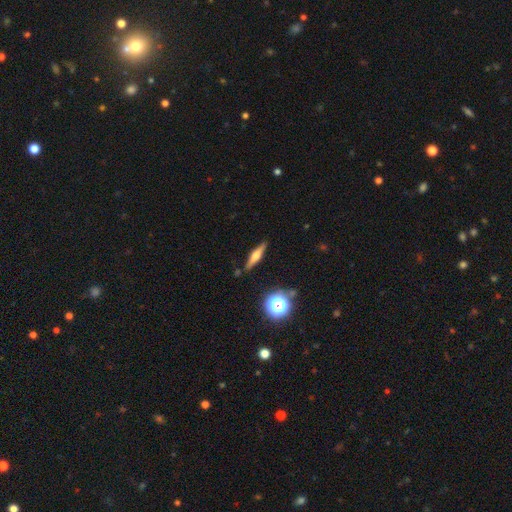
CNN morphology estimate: featured or disk 59%, smooth 32%, star or artifact 9%. Down the decision tree: edge-on disk — yes (96%); edge-on bulge — rounded (83%); merging — none (86%).